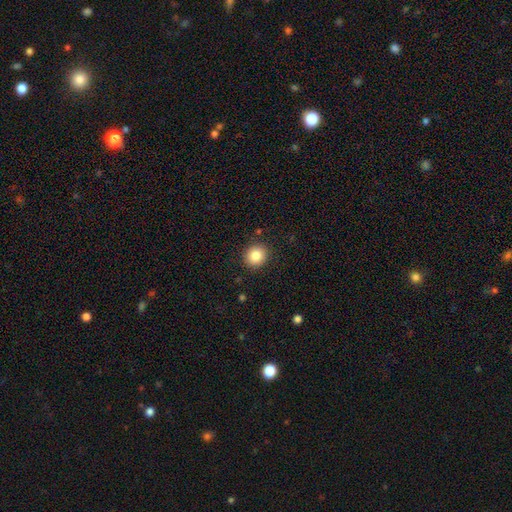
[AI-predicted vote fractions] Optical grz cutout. It shows a smooth galaxy with no disk features (85%) that is round (84%). Merging: none (89%).